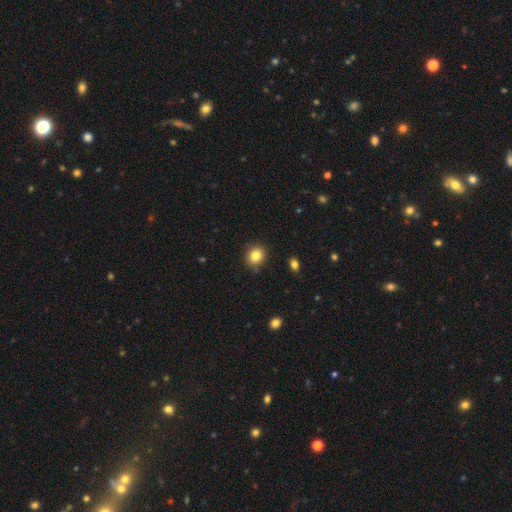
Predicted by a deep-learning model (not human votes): Smooth or featured? Predicted: smooth (p=0.82). How rounded? Predicted: round (p=0.81). Merging? Predicted: none (p=0.83).